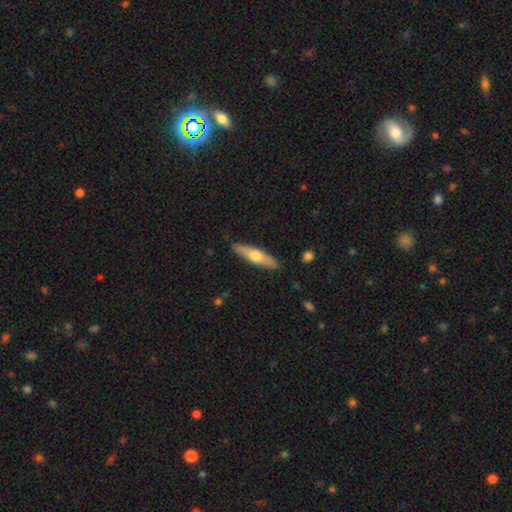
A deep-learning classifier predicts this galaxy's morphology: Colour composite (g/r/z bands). It shows a smooth galaxy with no disk features (51%) that is cigar-shaped (71%). Merging: none (89%).